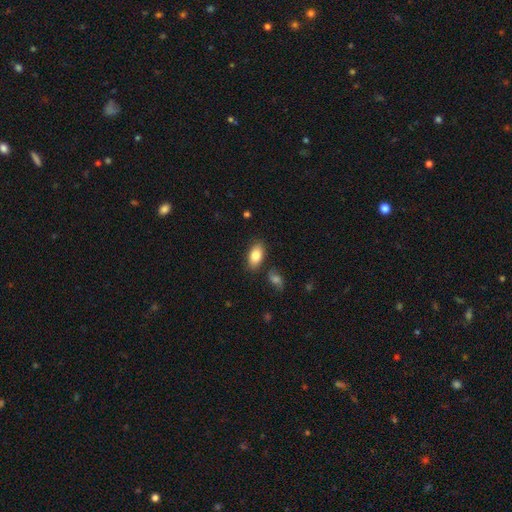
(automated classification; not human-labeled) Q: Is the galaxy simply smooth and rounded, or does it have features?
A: smooth — 83%.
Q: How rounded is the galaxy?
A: in between — 92%.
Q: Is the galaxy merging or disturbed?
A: none — 83%.